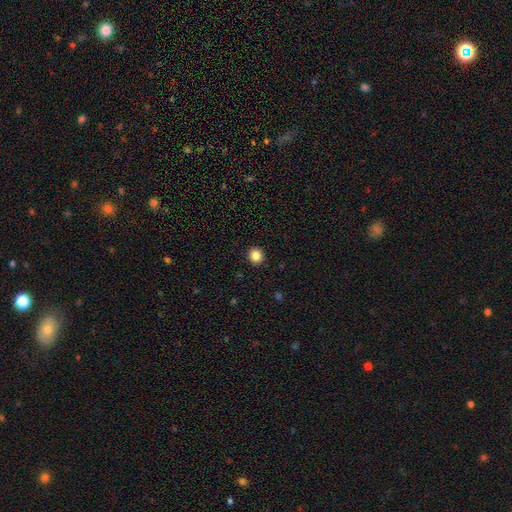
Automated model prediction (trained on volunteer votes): Q: Smooth or featured?
A: smooth (85%); runner-up: star or artifact (11%)
Q: How rounded?
A: round (88%); runner-up: in between (12%)
Q: Merging?
A: none (92%); runner-up: minor disturbance (5%)